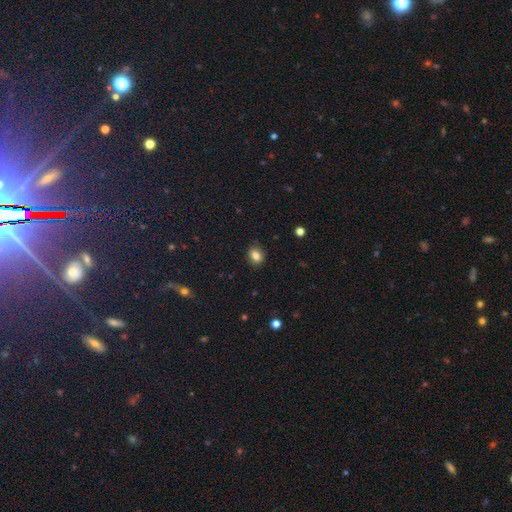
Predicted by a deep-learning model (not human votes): A smooth galaxy with no disk features (82%) that is round (55%).

Vote fractions:
- Smooth or featured? smooth: 82% / star or artifact: 11% / featured or disk: 7%
- How rounded? round: 55% / in between: 44% / cigar-shaped: 1%
- Merging? none: 87% / minor disturbance: 10% / major disturbance: 2% / merger: 1%